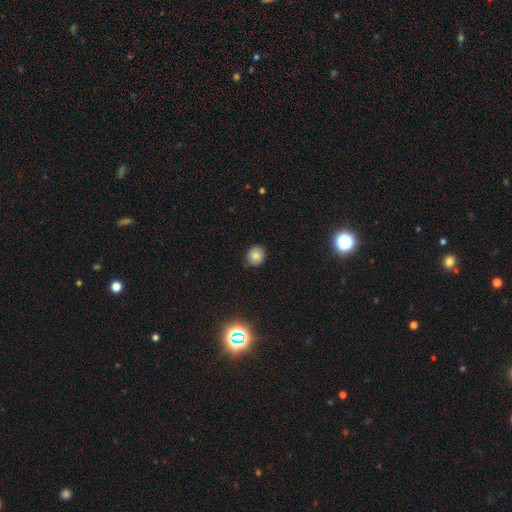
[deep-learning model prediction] This is likely a smooth galaxy (79%). How rounded: likely round (79%). Merging: clearly none (83%).